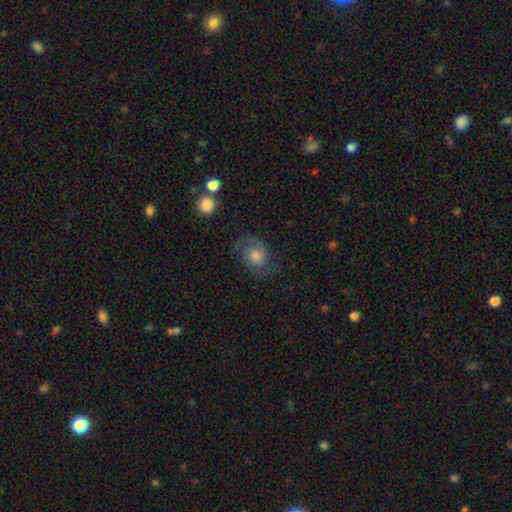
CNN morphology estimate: smooth-or-featured: featured or disk: 71% | smooth: 19% | star or artifact: 9%
  disk-edge-on: no: 97% | yes: 3%
    bar: no: 69% | weak: 27% | strong: 4%
    has-spiral-arms: yes: 94% | no: 6%
      spiral-winding: medium: 51% | tight: 27% | loose: 22%
      spiral-arm-count: 2: 84% | can't tell: 6% | 1: 6% | 3: 2% | 4: 1% | more than 4: 1%
    bulge-size: moderate: 54% | small: 24% | large: 15% | none: 5% | dominant: 2%
  merging: none: 71% | minor disturbance: 17% | major disturbance: 10% | merger: 2%